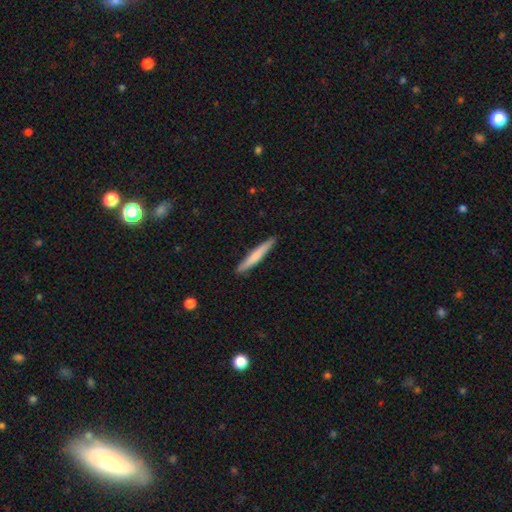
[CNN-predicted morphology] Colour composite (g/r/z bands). It shows a smooth galaxy with no disk features (68%) that is cigar-shaped (95%). Merging: none (91%).